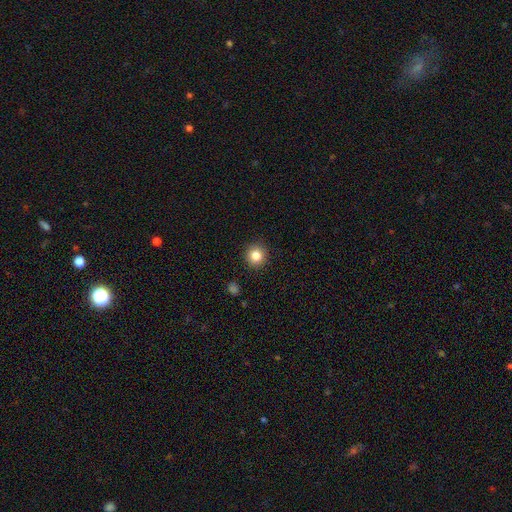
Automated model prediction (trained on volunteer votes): Morphology: type=smooth (84%); roundness=round (93%); merging=none (91%).